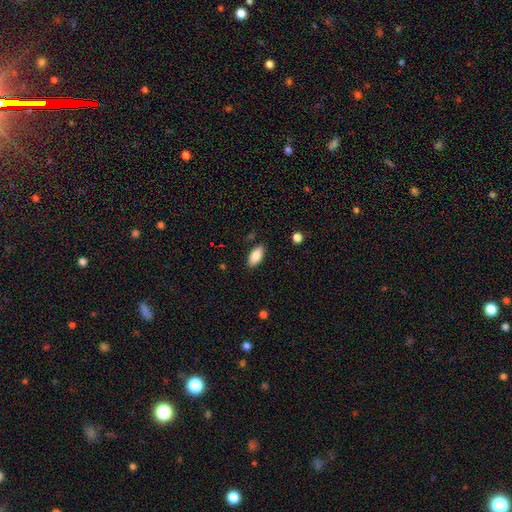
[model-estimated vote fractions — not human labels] Q: Smooth or featured?
A: smooth (85%); runner-up: featured or disk (8%)
Q: How rounded?
A: in between (90%); runner-up: cigar-shaped (8%)
Q: Merging?
A: none (86%); runner-up: minor disturbance (10%)